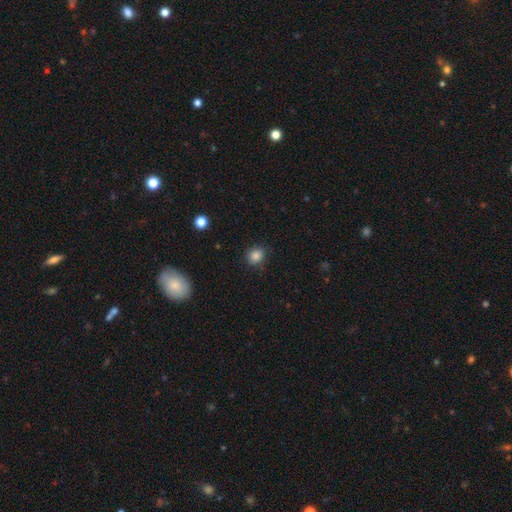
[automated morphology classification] This is clearly a smooth galaxy (84%). How rounded: likely round (77%). Merging: clearly none (85%).